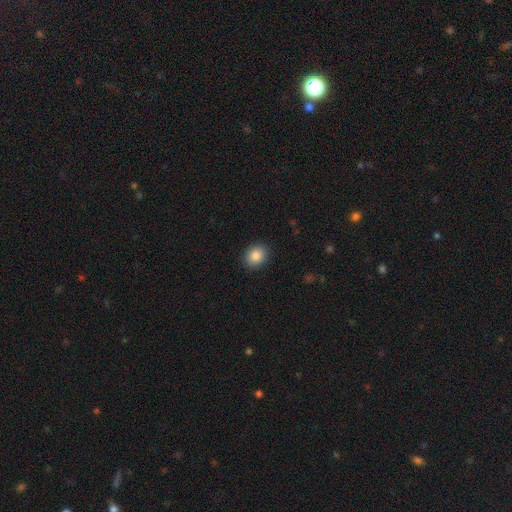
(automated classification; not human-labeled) A smooth galaxy with no disk features (85%) that is round (60%). Merging: none (90%).